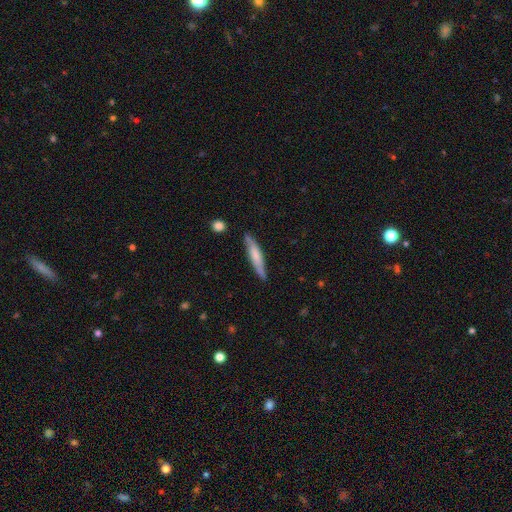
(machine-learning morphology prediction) This appears to be a smooth galaxy with no disk features (58%) that is cigar-shaped (87%). Merging: none (80%).